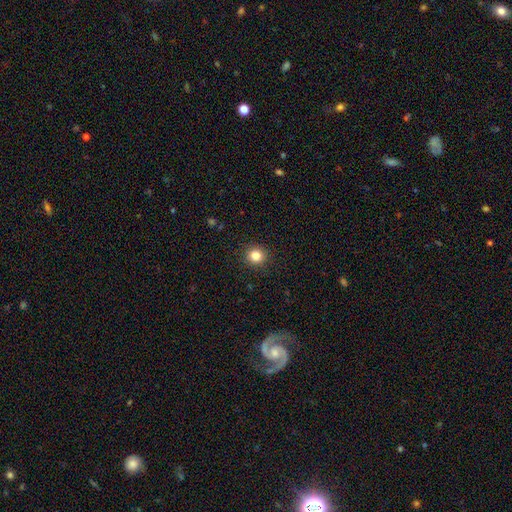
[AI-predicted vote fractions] A smooth galaxy with no disk features (83%) that is round (91%).

Vote fractions:
- Smooth or featured? smooth: 83% / star or artifact: 12% / featured or disk: 5%
- How rounded? round: 91% / in between: 8% / cigar-shaped: 1%
- Merging? none: 92% / minor disturbance: 5% / major disturbance: 2% / merger: 1%